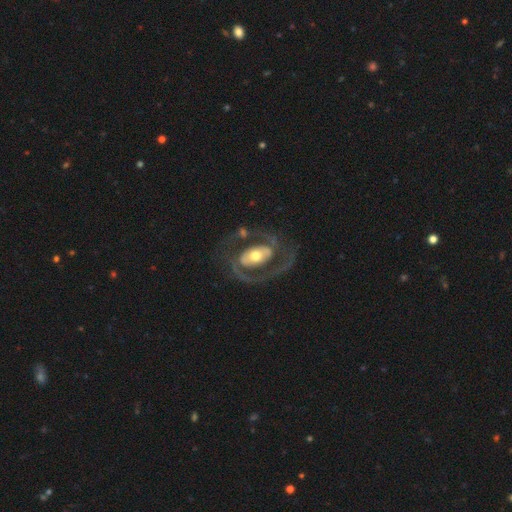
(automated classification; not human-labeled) smooth_or_featured: featured or disk (p=0.81) [alt: smooth p=0.15]
disk_edge_on: no (p=0.95) [alt: yes p=0.05]
bar: no (p=0.47) [alt: weak p=0.28]
has_spiral_arms: yes (p=0.74) [alt: no p=0.26]
spiral_winding: medium (p=0.48) [alt: tight p=0.28]
spiral_arm_count: 2 (p=0.82) [alt: can't tell p=0.07]
bulge_size: moderate (p=0.67) [alt: large p=0.17]
merging: none (p=0.61) [alt: major disturbance p=0.21]